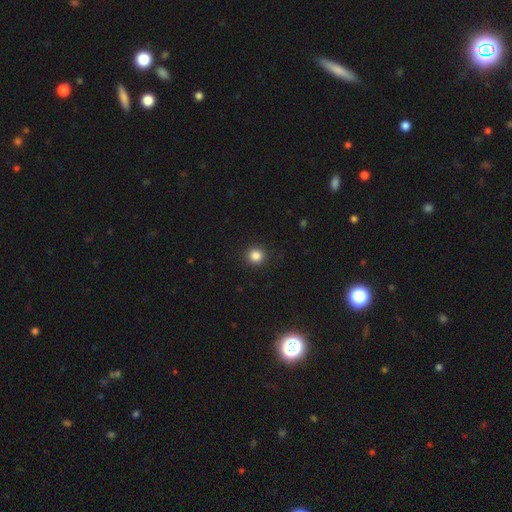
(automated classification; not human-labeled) Smooth or featured: smooth — 85% (star or artifact — 11%)
How rounded: round — 93% (in between — 6%)
Merging: none — 92% (minor disturbance — 5%)